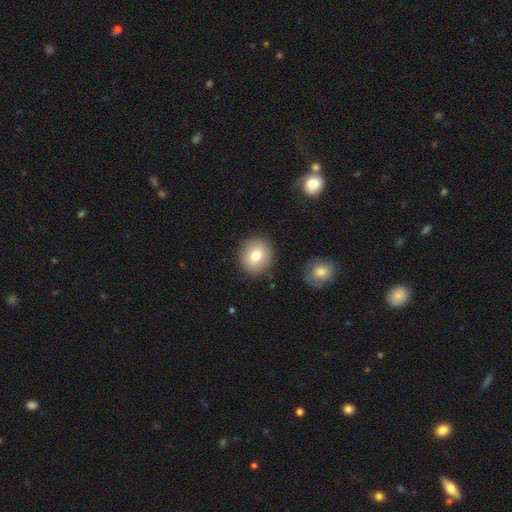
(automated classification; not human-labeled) This appears to be a smooth galaxy with no disk features (76%) that is round (84%). Merging: none (88%).